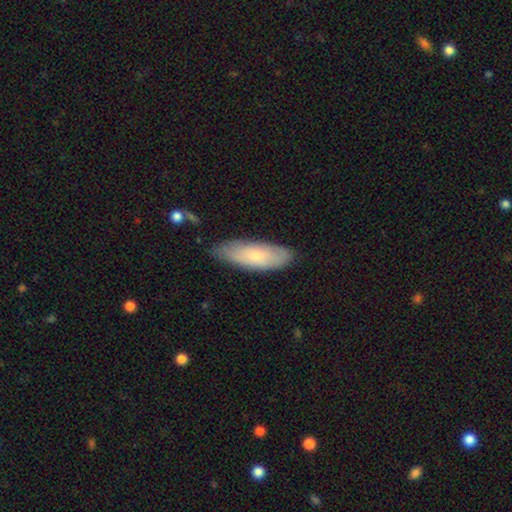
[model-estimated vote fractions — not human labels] The model was most divided on "how rounded": in between: 65%, cigar-shaped: 33%, round: 2%. More confident: merging — none (74%); smooth or featured — smooth (67%).